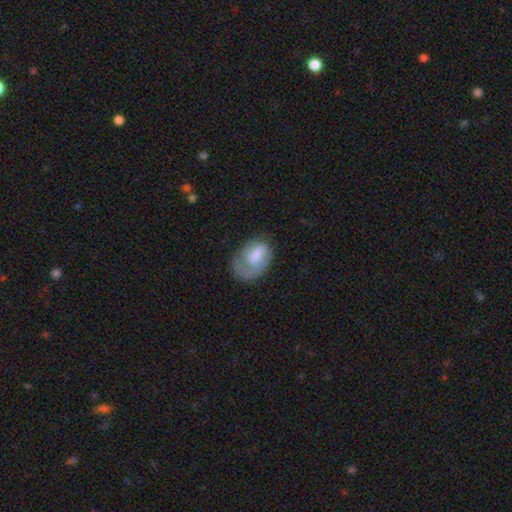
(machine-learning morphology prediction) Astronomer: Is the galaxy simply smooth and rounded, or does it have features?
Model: smooth — 49% (runner-up: featured or disk, 44%).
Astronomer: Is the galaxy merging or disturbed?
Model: none — 46% (runner-up: major disturbance, 27%).